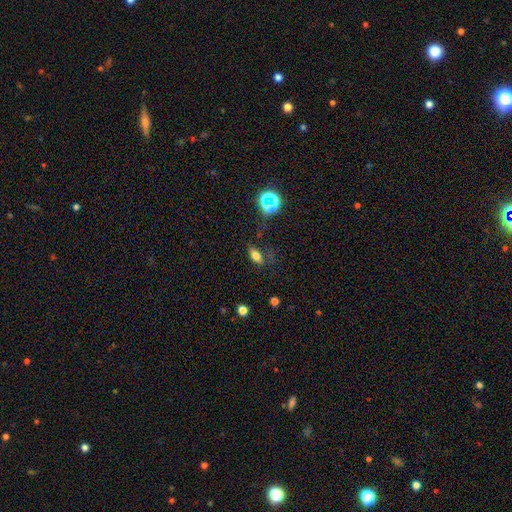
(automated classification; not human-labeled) smooth-or-featured: smooth: 70% | star or artifact: 15% | featured or disk: 14%
  how-rounded: in between: 80% | cigar-shaped: 11% | round: 9%
  merging: none: 70% | minor disturbance: 18% | major disturbance: 8% | merger: 3%